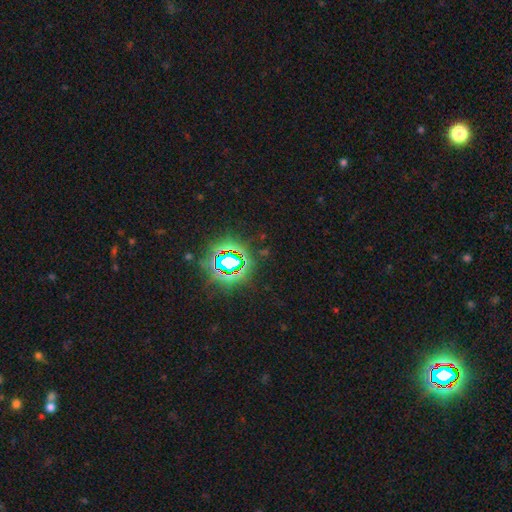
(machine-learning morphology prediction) Smooth or featured? Predicted: star or artifact (p=0.81).